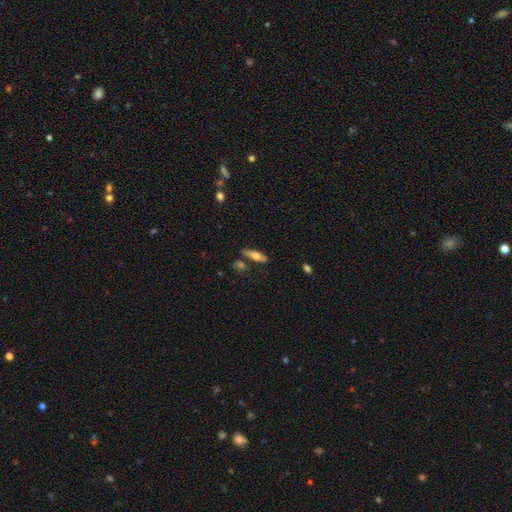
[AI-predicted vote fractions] Overall: smooth (61%; featured or disk 33%). How rounded: cigar-shaped (58%; in between 40%). Merging: none (75%).